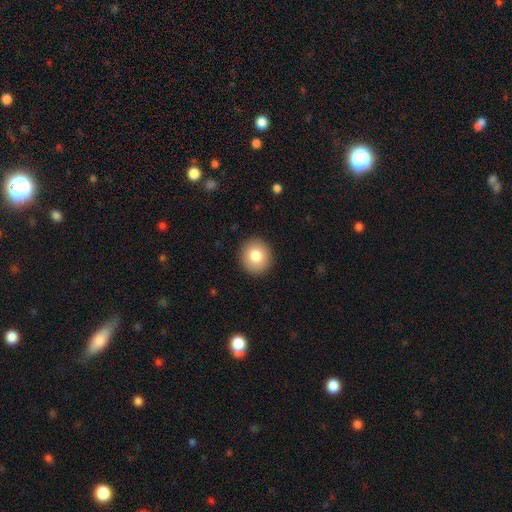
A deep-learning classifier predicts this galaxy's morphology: Smooth or featured? Predicted: smooth (p=0.80). How rounded? Predicted: round (p=0.86). Merging? Predicted: none (p=0.92).